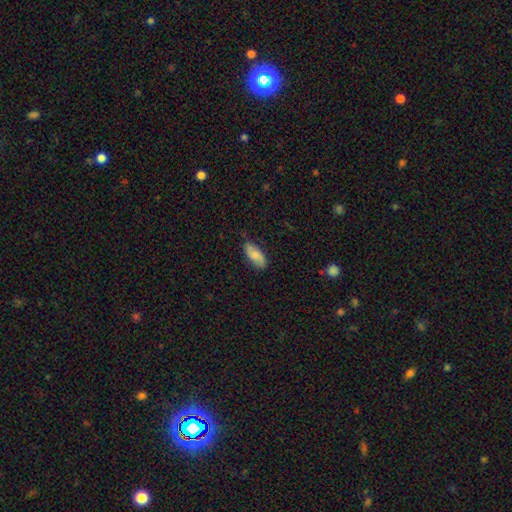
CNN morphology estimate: This appears to be a smooth galaxy with no disk features (80%) that is in between round and cigar-shaped (85%). Merging: none (78%).